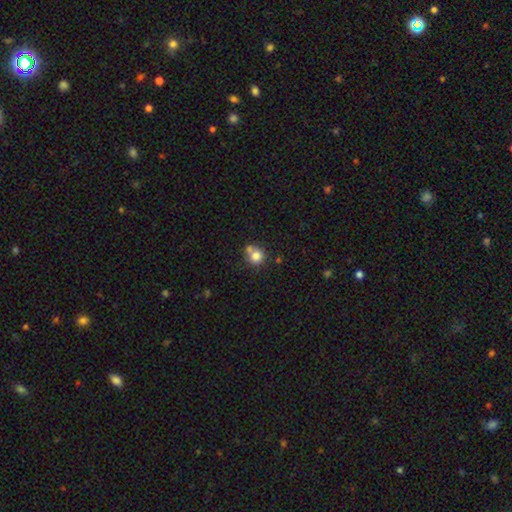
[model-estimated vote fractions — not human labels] Smooth or featured? smooth (79%)
How rounded? round (89%)
Merging? none (54%)